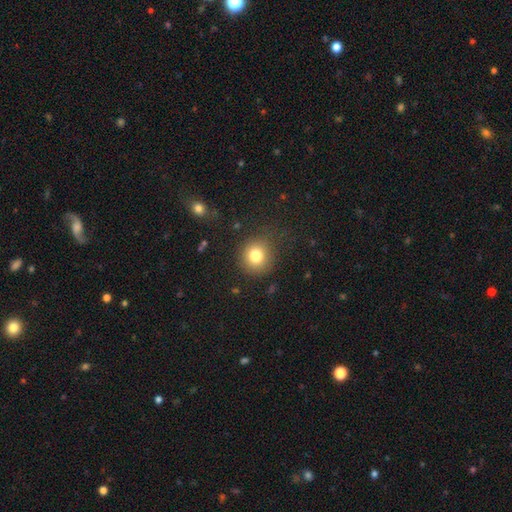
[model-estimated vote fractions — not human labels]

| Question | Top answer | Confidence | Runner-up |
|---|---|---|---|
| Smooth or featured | smooth | 79% | star or artifact (12%) |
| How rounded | round | 89% | in between (10%) |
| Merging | none | 80% | minor disturbance (12%) |